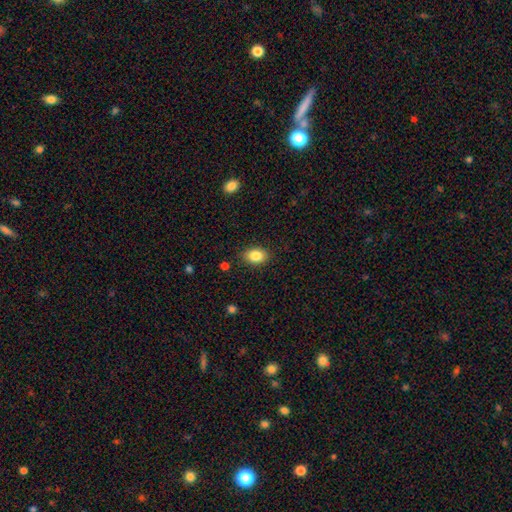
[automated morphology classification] This appears to be a smooth galaxy with no disk features (85%) that is in between round and cigar-shaped (80%). Merging: none (87%).